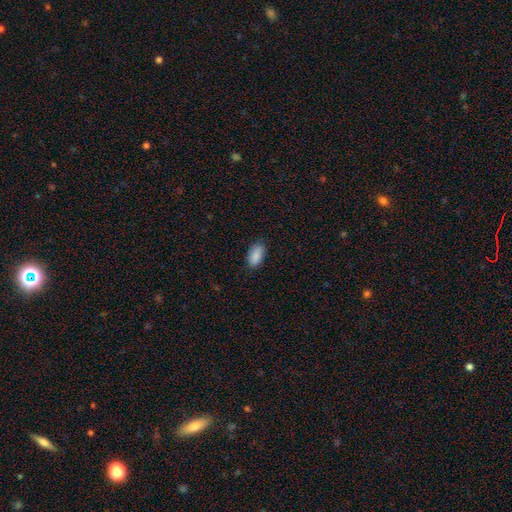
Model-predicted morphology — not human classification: smooth 88%, star or artifact 7%, featured or disk 6%. Down the decision tree: how rounded — in between (93%); merging — none (82%).